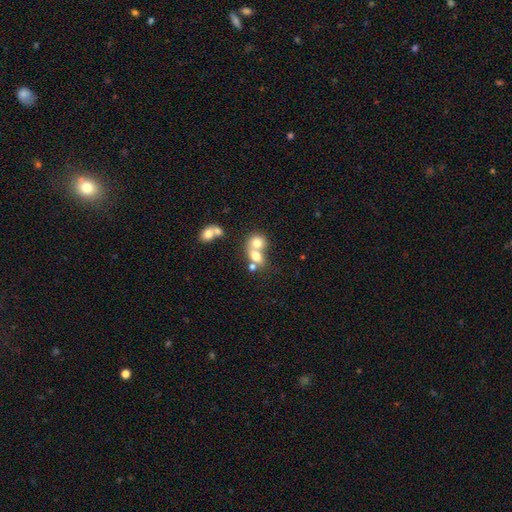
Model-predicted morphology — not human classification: This is likely a smooth galaxy (69%). How rounded: possibly round (58%). Merging: likely merger (66%).